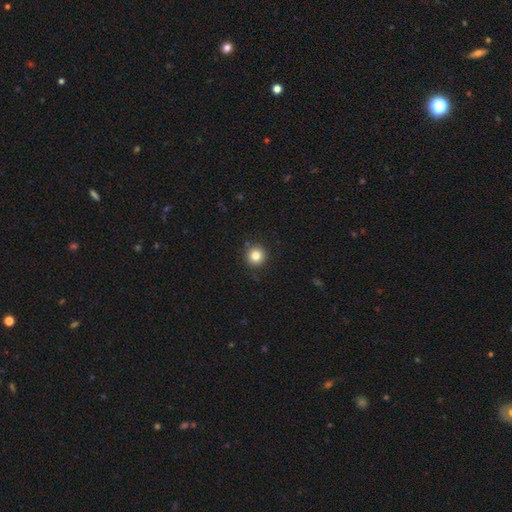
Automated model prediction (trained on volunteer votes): This appears to be a smooth galaxy with no disk features (82%) that is round (95%). Merging: none (91%).